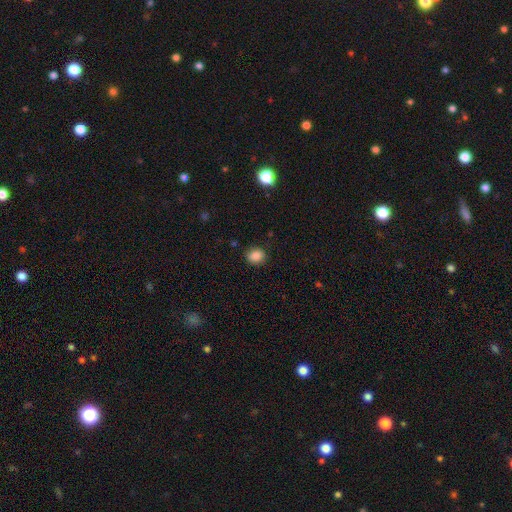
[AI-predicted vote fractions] Overall: smooth (86%). How rounded: round (67%; in between 32%). Merging: none (86%).